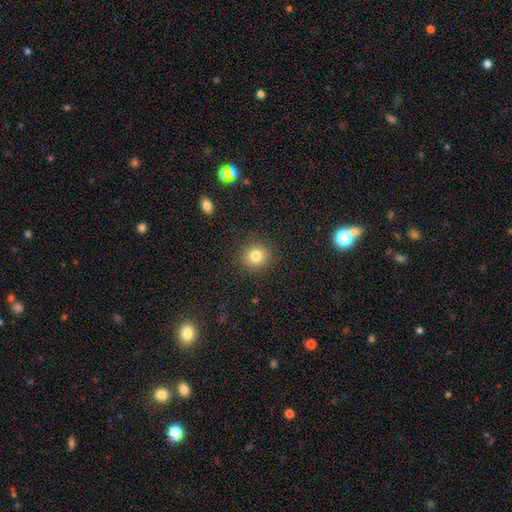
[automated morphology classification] A smooth galaxy with no disk features (82%) that is round (89%).

Vote fractions:
- Smooth or featured? smooth: 82% / star or artifact: 12% / featured or disk: 7%
- How rounded? round: 89% / in between: 10% / cigar-shaped: 1%
- Merging? none: 89% / minor disturbance: 7% / major disturbance: 3% / merger: 1%